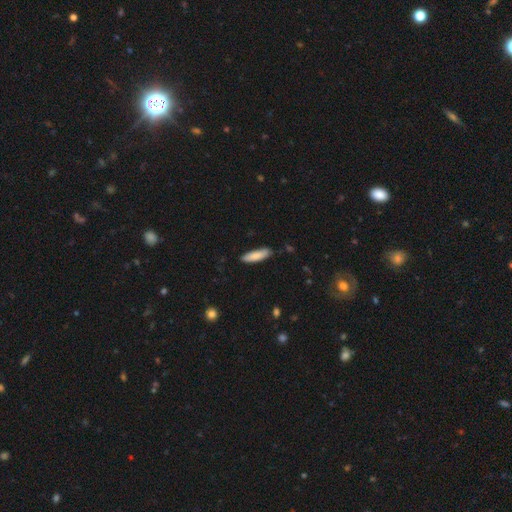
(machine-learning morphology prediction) Smooth or featured?
  - smooth: 84% *
  - featured or disk: 10%
  - star or artifact: 6%
How rounded?
  - cigar-shaped: 64% *
  - in between: 35%
  - round: 1%
Merging?
  - none: 83% *
  - minor disturbance: 14%
  - major disturbance: 2%
  - merger: 1%